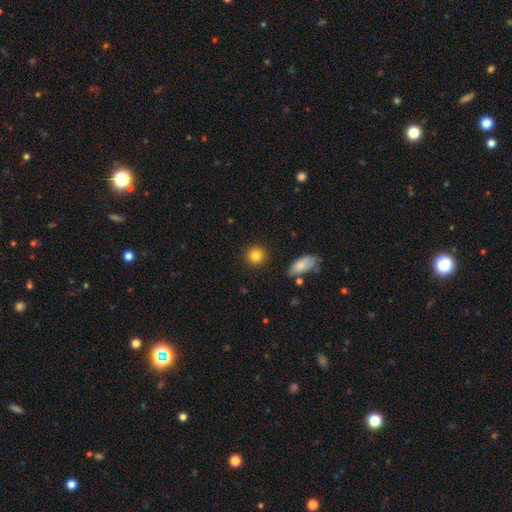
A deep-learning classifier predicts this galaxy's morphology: Q: Smooth or featured?
A: smooth (83%); runner-up: star or artifact (10%)
Q: How rounded?
A: round (91%); runner-up: in between (8%)
Q: Merging?
A: none (89%); runner-up: minor disturbance (7%)